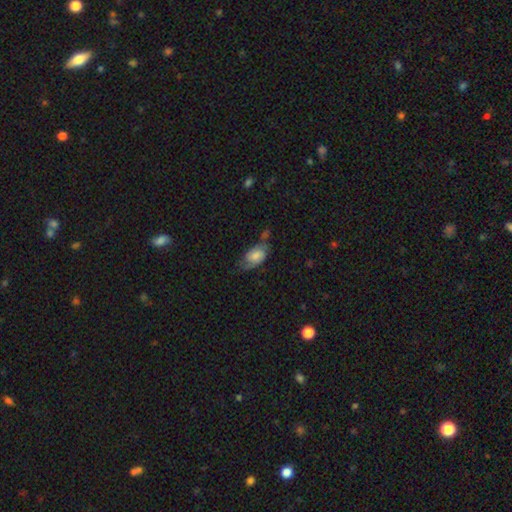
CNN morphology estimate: Overall: smooth (49%; featured or disk 43%). Merging: none (45%; minor disturbance 30%).